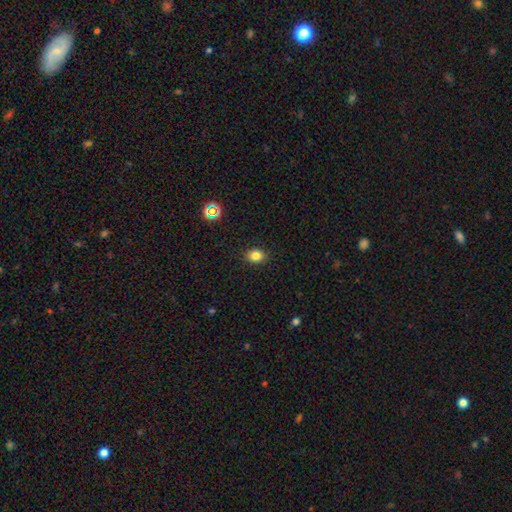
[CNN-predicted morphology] smooth 82%, star or artifact 13%, featured or disk 6%. Down the decision tree: how rounded — in between (56%); merging — none (89%).